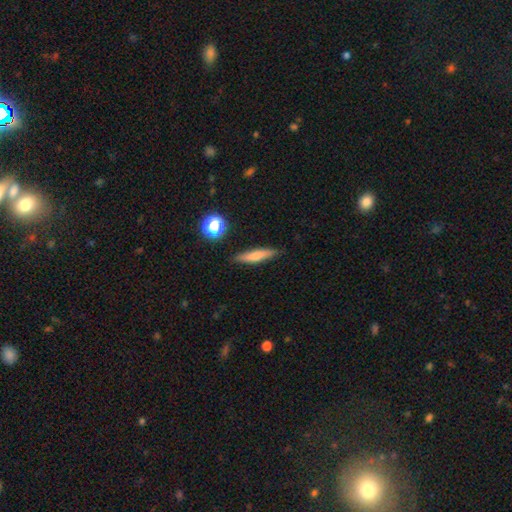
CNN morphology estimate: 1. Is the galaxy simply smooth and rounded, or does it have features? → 67% smooth, 24% featured or disk, 8% star or artifact.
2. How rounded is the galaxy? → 82% cigar-shaped, 15% in between, 3% round.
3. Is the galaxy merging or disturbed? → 86% none, 10% minor disturbance, 2% major disturbance, 2% merger.